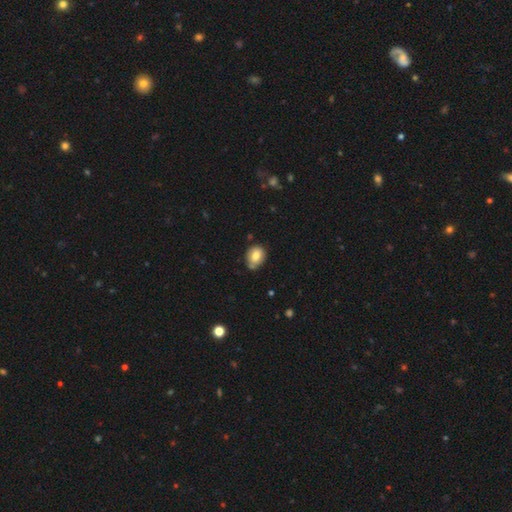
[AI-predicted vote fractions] Smooth or featured: smooth — 78% (featured or disk — 14%)
How rounded: in between — 53% (round — 46%)
Merging: none — 65% (minor disturbance — 26%)